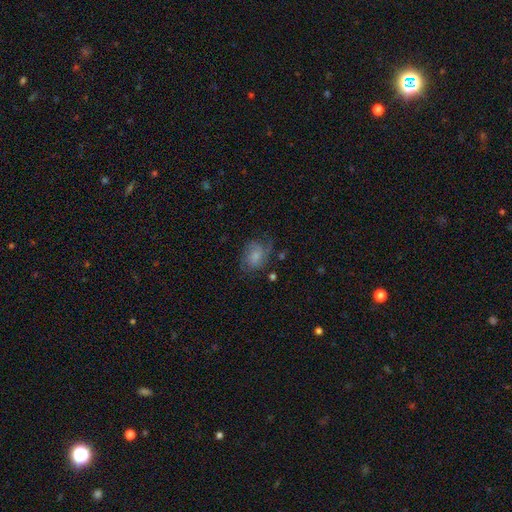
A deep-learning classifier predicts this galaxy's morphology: Q: Smooth or featured?
A: smooth (47%); runner-up: featured or disk (43%)
Q: Merging?
A: none (51%); runner-up: minor disturbance (26%)